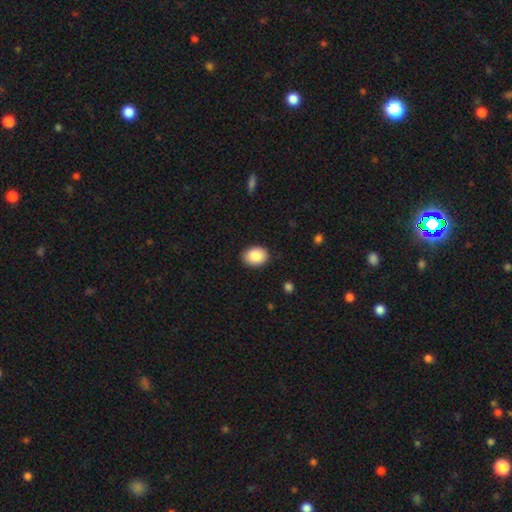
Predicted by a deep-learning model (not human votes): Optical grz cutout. It shows a smooth galaxy with no disk features (88%) that is in between round and cigar-shaped (68%). Merging: none (88%).